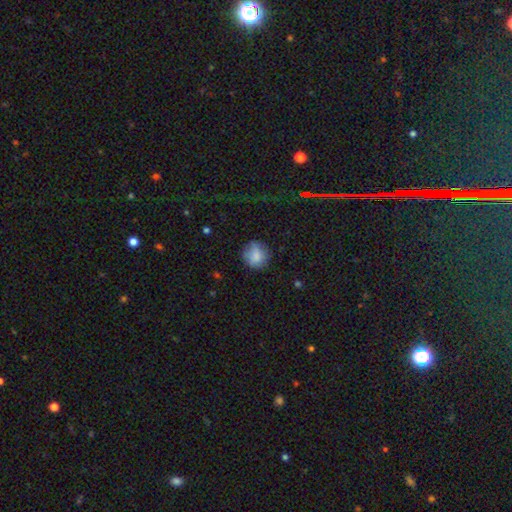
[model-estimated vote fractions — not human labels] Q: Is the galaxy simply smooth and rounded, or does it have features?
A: smooth — 80%.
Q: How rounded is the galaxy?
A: round — 85%.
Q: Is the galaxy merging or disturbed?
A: none — 71%.